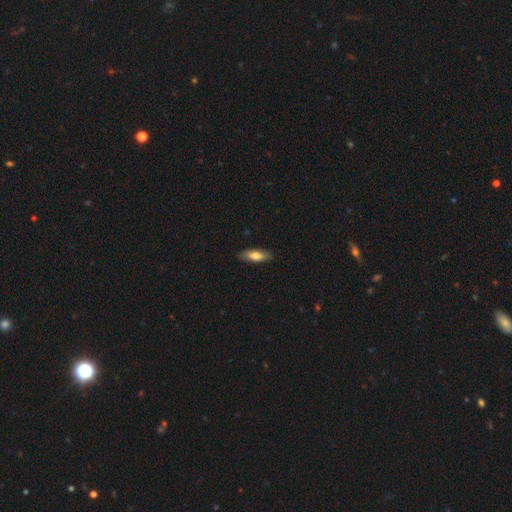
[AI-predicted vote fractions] Morphology: type=smooth (73%); roundness=in between (64%); merging=none (86%).